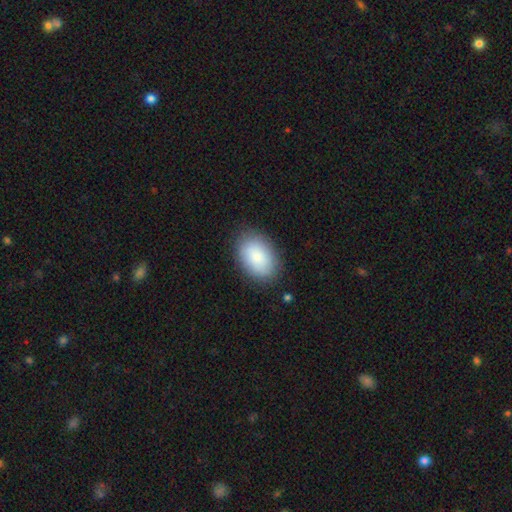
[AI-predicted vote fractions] Smooth or featured: smooth — 87% (featured or disk — 7%)
How rounded: in between — 88% (round — 11%)
Merging: none — 86% (minor disturbance — 11%)